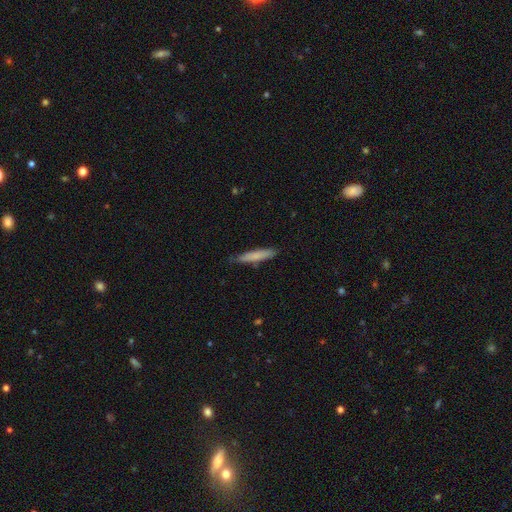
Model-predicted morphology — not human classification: smooth_or_featured: smooth (p=0.75) [alt: featured or disk p=0.20]
how_rounded: cigar-shaped (p=0.91) [alt: in between p=0.08]
merging: none (p=0.81) [alt: minor disturbance p=0.15]